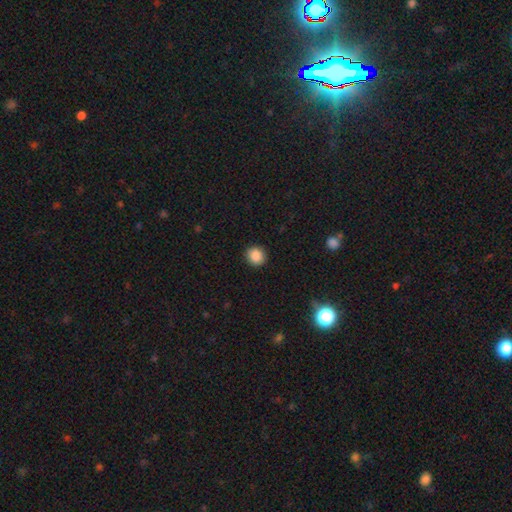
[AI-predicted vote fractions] Smooth or featured? smooth (87%)
How rounded? round (88%)
Merging? none (91%)